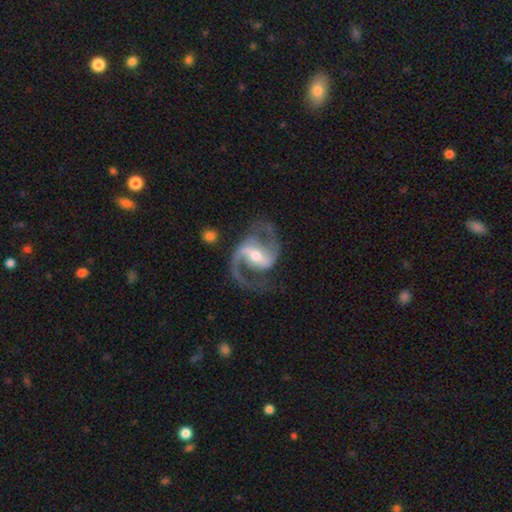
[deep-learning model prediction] smooth-or-featured: featured or disk: 92% | star or artifact: 4% | smooth: 4%
  disk-edge-on: no: 98% | yes: 2%
    bar: strong: 49% | weak: 38% | no: 13%
    has-spiral-arms: yes: 97% | no: 3%
      spiral-winding: medium: 58% | loose: 32% | tight: 10%
      spiral-arm-count: 2: 92% | 1: 4% | can't tell: 2% | 3: 1% | 4: 1% | more than 4: 1%
    bulge-size: moderate: 56% | small: 37% | large: 4% | none: 1% | dominant: 1%
  merging: none: 73% | minor disturbance: 14% | major disturbance: 11% | merger: 2%